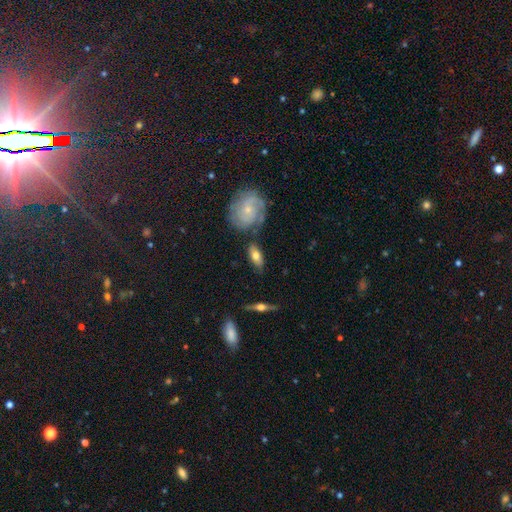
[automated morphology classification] type=smooth (53%); roundness=in between (80%); merging=none (74%).